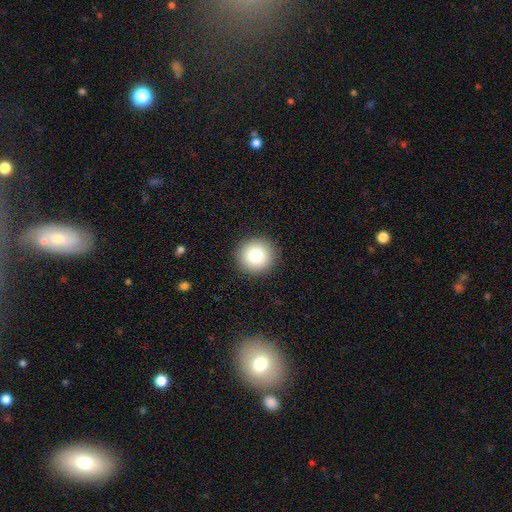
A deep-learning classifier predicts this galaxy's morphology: Smooth or featured?
  - smooth: 80% *
  - star or artifact: 10%
  - featured or disk: 10%
How rounded?
  - round: 94% *
  - in between: 5%
  - cigar-shaped: 1%
Merging?
  - none: 92% *
  - minor disturbance: 5%
  - major disturbance: 2%
  - merger: 1%